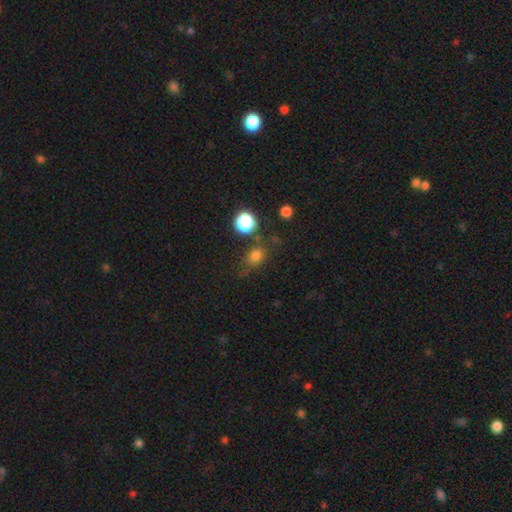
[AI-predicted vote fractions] This is likely a smooth galaxy (77%). How rounded: possibly round (58%). Merging: likely none (65%).